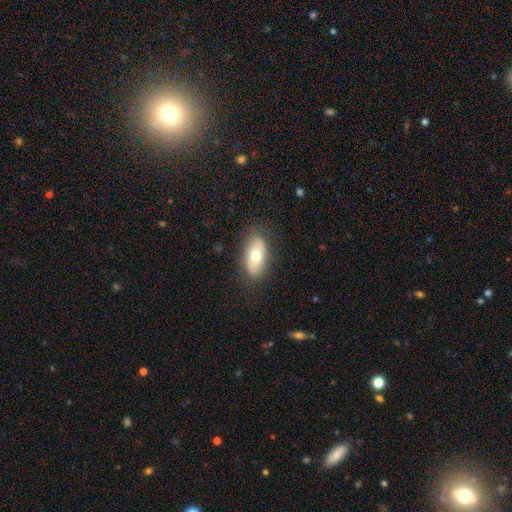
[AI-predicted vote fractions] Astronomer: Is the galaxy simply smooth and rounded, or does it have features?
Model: smooth — 66%.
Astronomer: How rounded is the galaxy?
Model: in between — 90%.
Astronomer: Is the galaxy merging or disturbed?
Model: none — 84%.